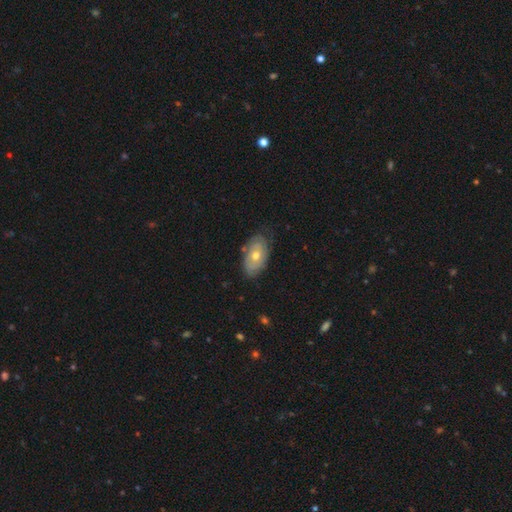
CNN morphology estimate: Smooth or featured? Predicted: featured or disk (p=0.57). Edge-on disk? Predicted: no (p=0.91). Bar? Predicted: no (p=0.85). Spiral arms? Predicted: yes (p=0.59). Bulge size? Predicted: moderate (p=0.72). Merging? Predicted: none (p=0.72).